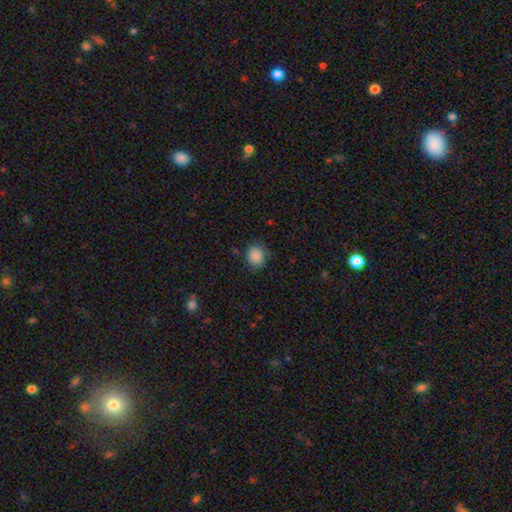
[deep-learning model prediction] This appears to be a smooth galaxy with no disk features (87%) that is round (76%). Merging: none (82%).